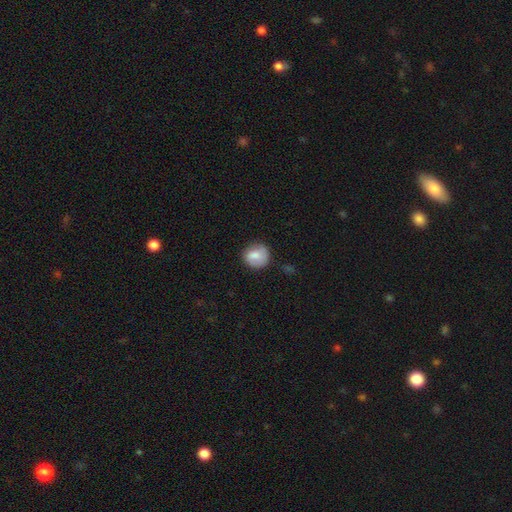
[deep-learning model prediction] Smooth or featured: smooth — 79% (featured or disk — 13%)
How rounded: round — 86% (in between — 13%)
Merging: none — 72% (minor disturbance — 20%)